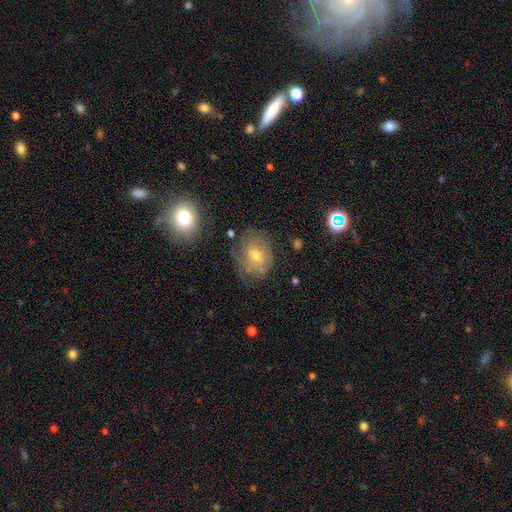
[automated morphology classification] Smooth or featured? featured or disk (44%, tied with smooth)
Merging? none (61%)